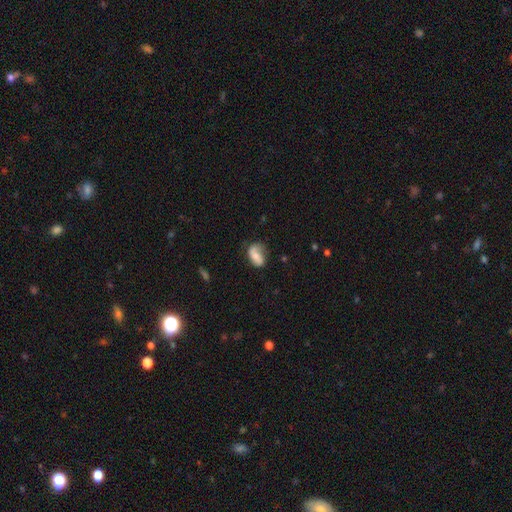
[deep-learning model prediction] A smooth galaxy with no disk features (52%) that is in between round and cigar-shaped (86%). Merging: none (43%).